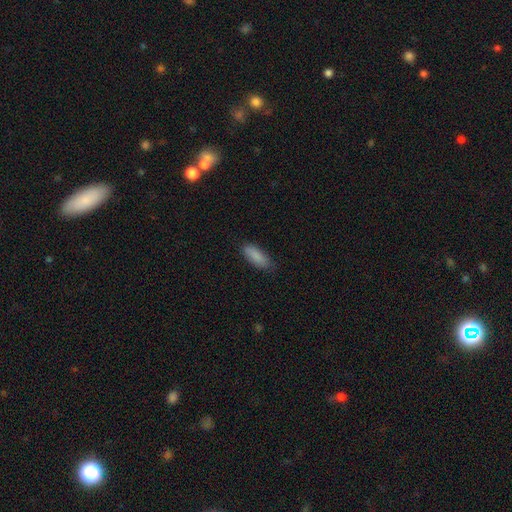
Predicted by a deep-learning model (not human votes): The model was most divided on "how rounded": in between: 75%, cigar-shaped: 23%, round: 2%. More confident: smooth or featured — smooth (88%); merging — none (79%).